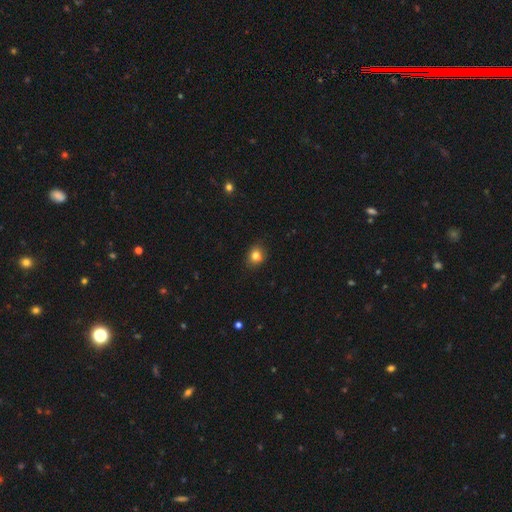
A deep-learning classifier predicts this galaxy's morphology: smooth_or_featured: smooth (p=0.82) [alt: star or artifact p=0.12]
how_rounded: round (p=0.68) [alt: in between p=0.31]
merging: none (p=0.86) [alt: minor disturbance p=0.11]